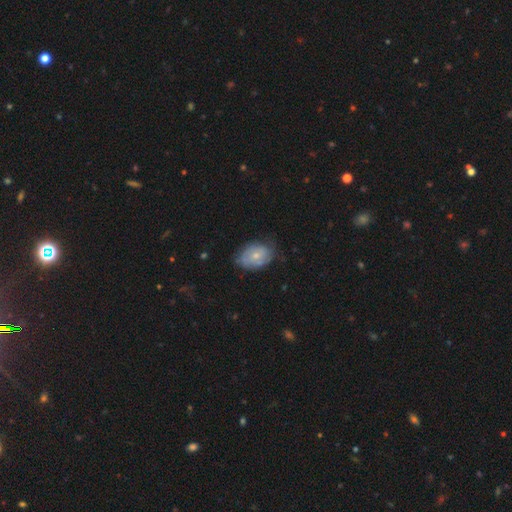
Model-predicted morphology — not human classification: Smooth or featured? Predicted: smooth (p=0.53). How rounded? Predicted: in between (p=0.79). Merging? Predicted: none (p=0.61).